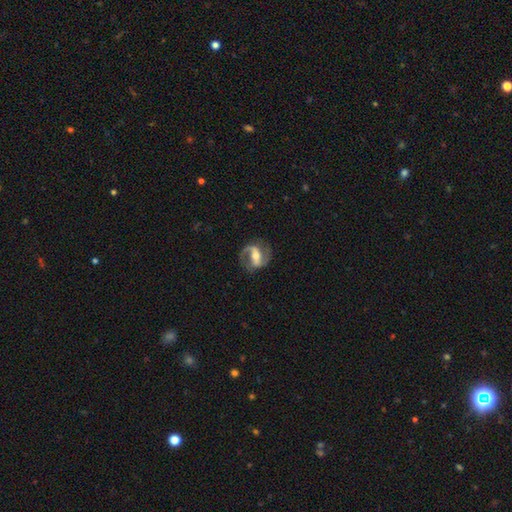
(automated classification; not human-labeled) A featured or disk galaxy (87%) with a strong bar (57%), 2 (90%) medium (54%) spiral arms (93%) and a moderate central bulge (62%). Merging: none (78%).